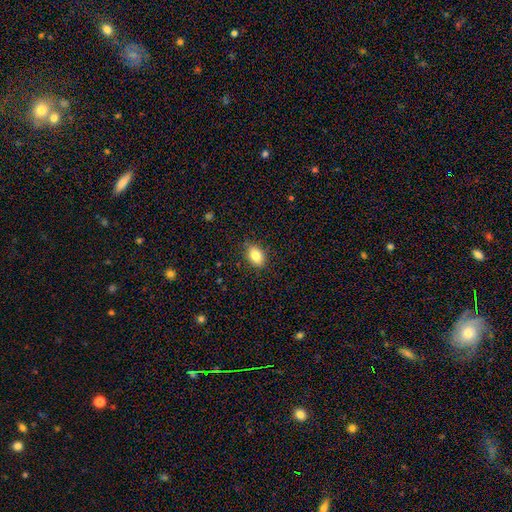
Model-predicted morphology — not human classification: Smooth or featured? smooth (83%)
How rounded? in between (81%)
Merging? none (86%)